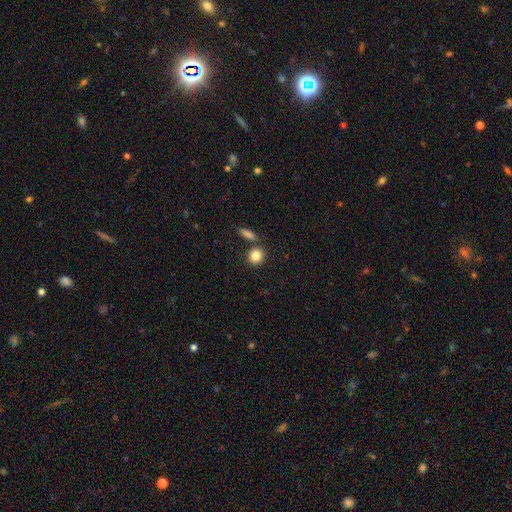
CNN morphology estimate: smooth_or_featured: smooth (p=0.85) [alt: star or artifact p=0.09]
how_rounded: round (p=0.81) [alt: in between p=0.18]
merging: none (p=0.76) [alt: merger p=0.12]